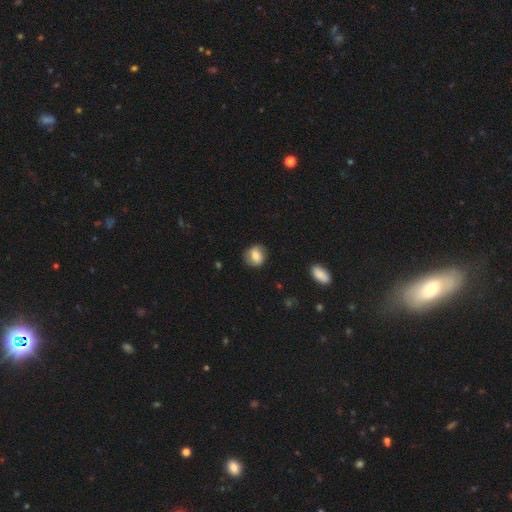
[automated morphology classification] Q: Smooth or featured?
A: smooth (74%); runner-up: featured or disk (18%)
Q: How rounded?
A: round (66%); runner-up: in between (33%)
Q: Merging?
A: none (82%); runner-up: minor disturbance (13%)